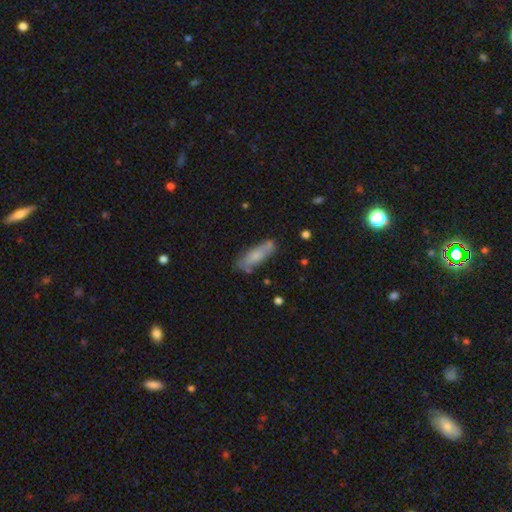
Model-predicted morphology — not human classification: Smooth or featured? smooth (69%)
How rounded? cigar-shaped (51%)
Merging? none (68%)